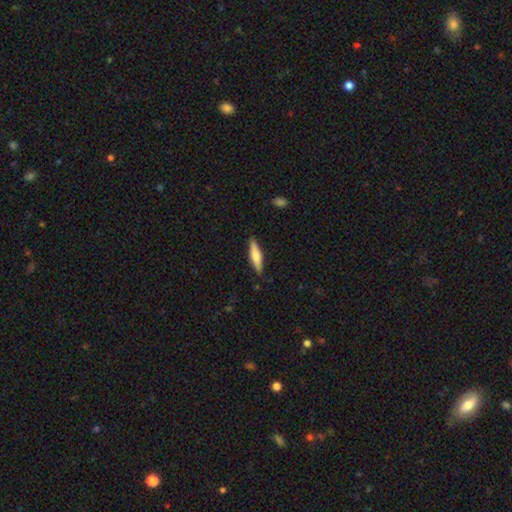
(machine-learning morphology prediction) A smooth galaxy with no disk features (61%) that is cigar-shaped (75%). Merging: none (86%).